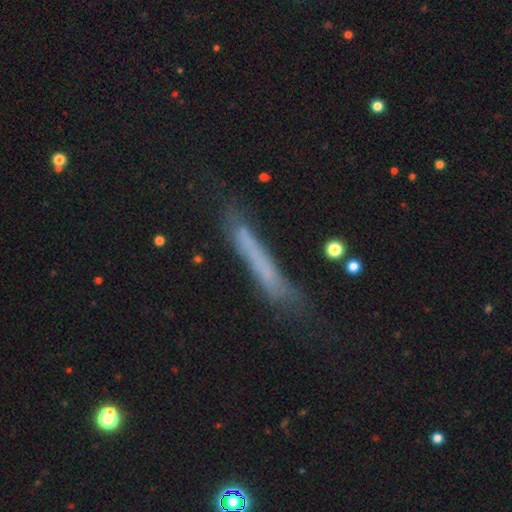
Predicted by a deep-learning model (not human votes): smooth 49%, featured or disk 37%, star or artifact 14%. Down the decision tree: merging — none (66%).